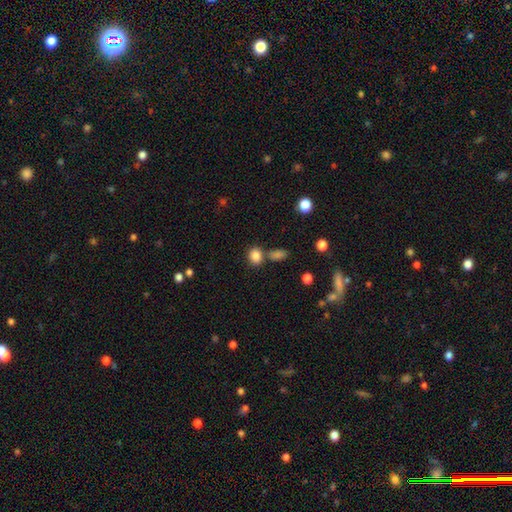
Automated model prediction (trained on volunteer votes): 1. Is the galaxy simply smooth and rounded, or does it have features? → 85% smooth, 10% star or artifact, 5% featured or disk.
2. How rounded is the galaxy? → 55% round, 44% in between, 1% cigar-shaped.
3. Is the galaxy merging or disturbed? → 62% none, 23% merger, 11% minor disturbance, 4% major disturbance.